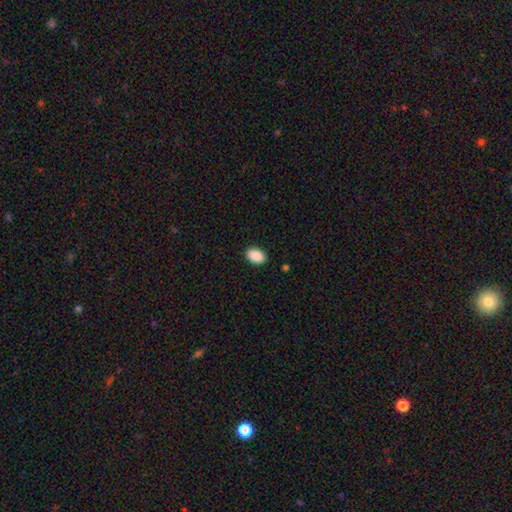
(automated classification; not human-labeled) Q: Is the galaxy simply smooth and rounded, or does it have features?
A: smooth — 90%.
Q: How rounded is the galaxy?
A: in between — 83%.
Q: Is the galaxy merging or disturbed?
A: none — 89%.